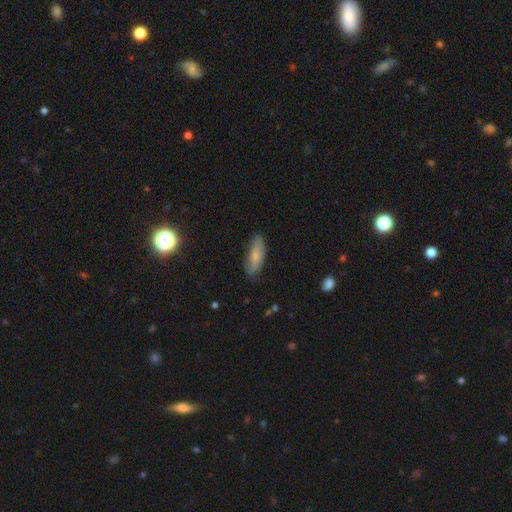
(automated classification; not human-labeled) Smooth or featured? Predicted: smooth (p=0.74). How rounded? Predicted: in between (p=0.68). Merging? Predicted: none (p=0.77).